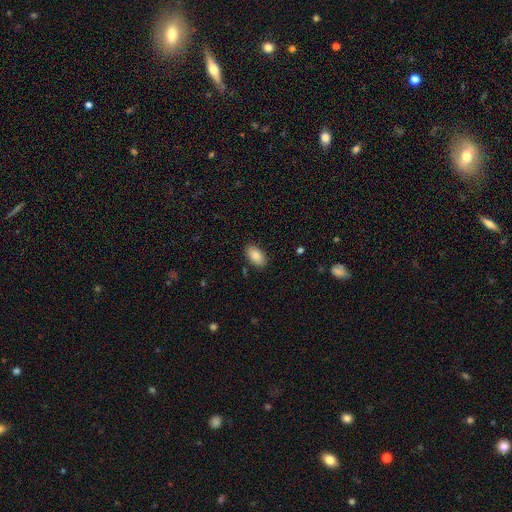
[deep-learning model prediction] Smooth or featured? smooth (87%)
How rounded? in between (94%)
Merging? none (87%)